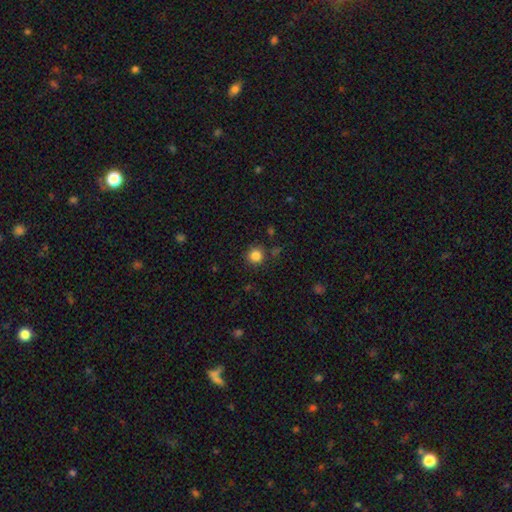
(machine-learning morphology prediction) Smooth or featured? smooth (84%)
How rounded? round (93%)
Merging? none (87%)